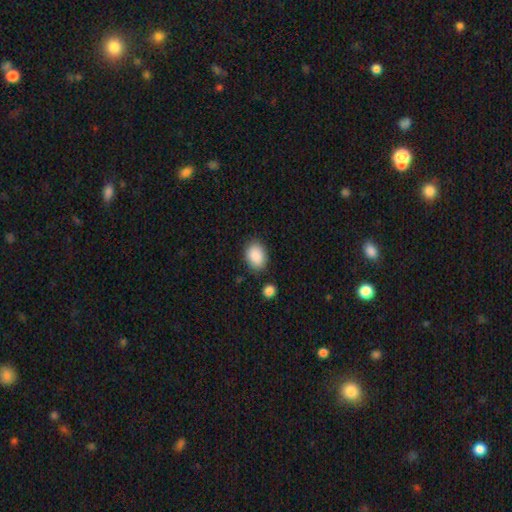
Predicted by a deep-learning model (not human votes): A smooth galaxy with no disk features (89%) that is in between round and cigar-shaped (74%).

Vote fractions:
- Smooth or featured? smooth: 89% / star or artifact: 7% / featured or disk: 4%
- How rounded? in between: 74% / round: 25% / cigar-shaped: 1%
- Merging? none: 80% / minor disturbance: 13% / merger: 4% / major disturbance: 3%